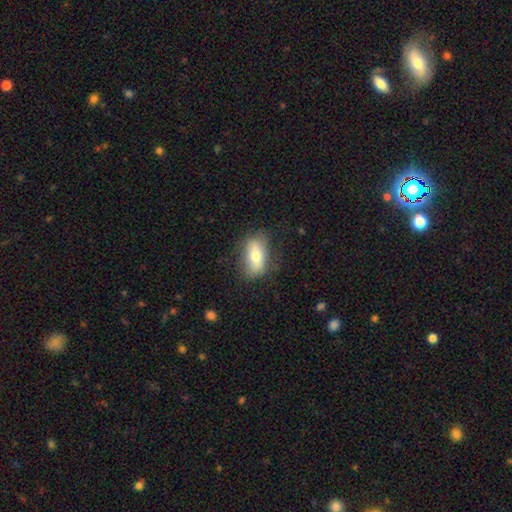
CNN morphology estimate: Smooth or featured? Predicted: smooth (p=0.66). How rounded? Predicted: in between (p=0.85). Merging? Predicted: none (p=0.76).